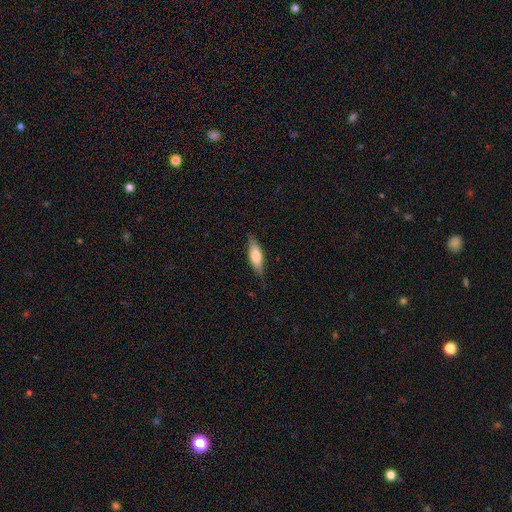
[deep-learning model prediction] A smooth galaxy with no disk features (69%) that is in between round and cigar-shaped (53%).

Vote fractions:
- Smooth or featured? smooth: 69% / featured or disk: 25% / star or artifact: 6%
- How rounded? in between: 53% / cigar-shaped: 45% / round: 2%
- Merging? none: 81% / minor disturbance: 15% / major disturbance: 3% / merger: 1%